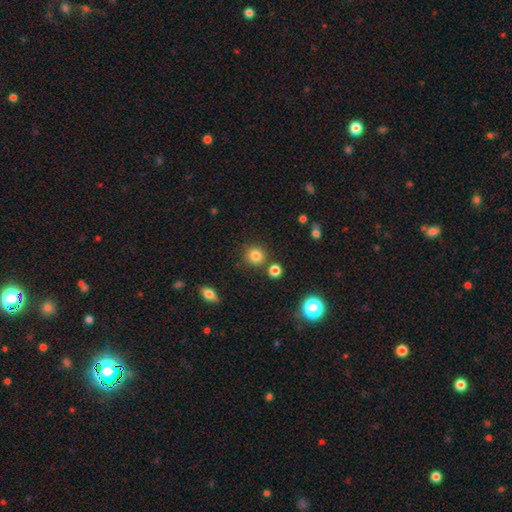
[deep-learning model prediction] smooth_or_featured: smooth (p=0.82) [alt: star or artifact p=0.13]
how_rounded: round (p=0.90) [alt: in between p=0.09]
merging: none (p=0.83) [alt: minor disturbance p=0.08]